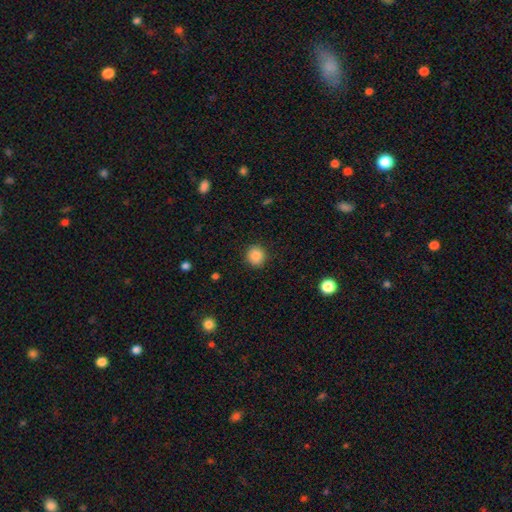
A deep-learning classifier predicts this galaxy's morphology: Smooth or featured: smooth — 87% (star or artifact — 10%)
How rounded: round — 88% (in between — 11%)
Merging: none — 89% (minor disturbance — 7%)